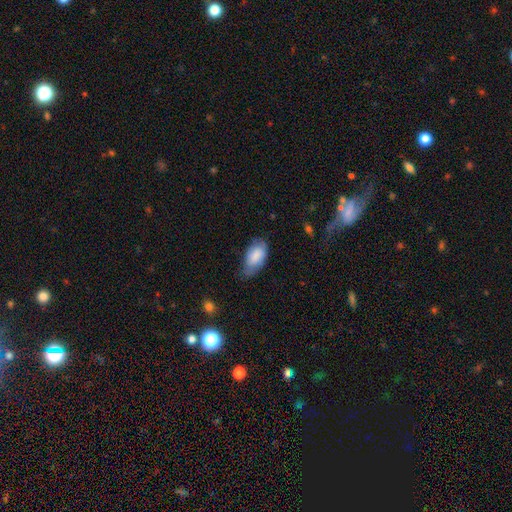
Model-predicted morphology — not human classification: Smooth or featured? smooth (84%)
How rounded? in between (94%)
Merging? none (52%)